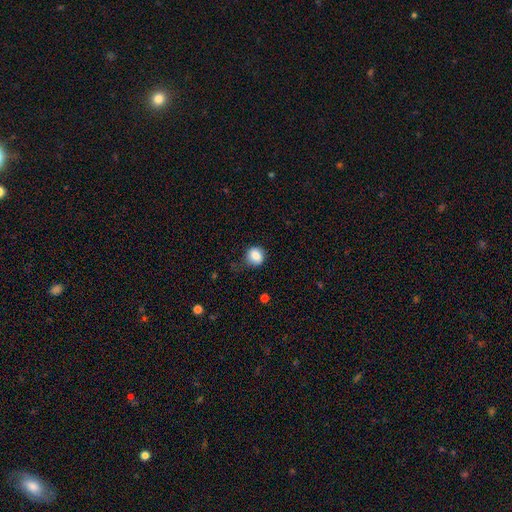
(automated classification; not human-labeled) This appears to be a smooth galaxy with no disk features (84%) that is round (79%). Merging: none (71%).